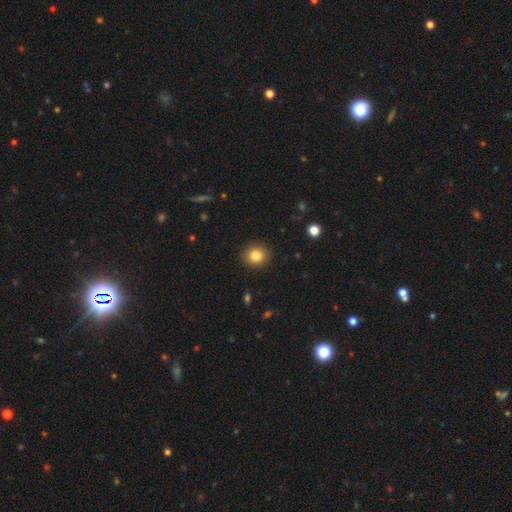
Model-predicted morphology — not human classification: Smooth or featured? smooth (84%)
How rounded? round (87%)
Merging? none (91%)